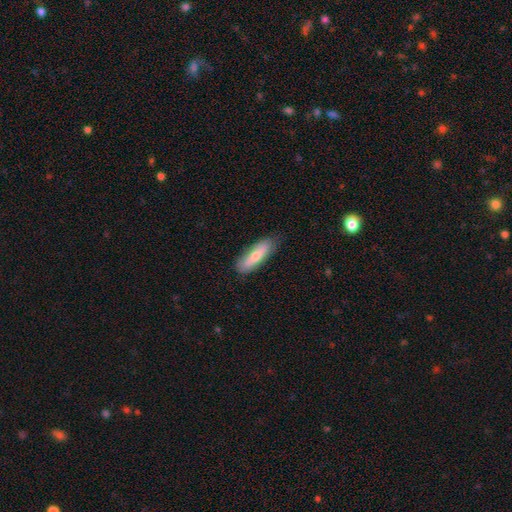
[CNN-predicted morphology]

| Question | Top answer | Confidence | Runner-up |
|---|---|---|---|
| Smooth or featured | smooth | 68% | featured or disk (26%) |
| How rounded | cigar-shaped | 52% | in between (46%) |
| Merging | none | 78% | minor disturbance (17%) |